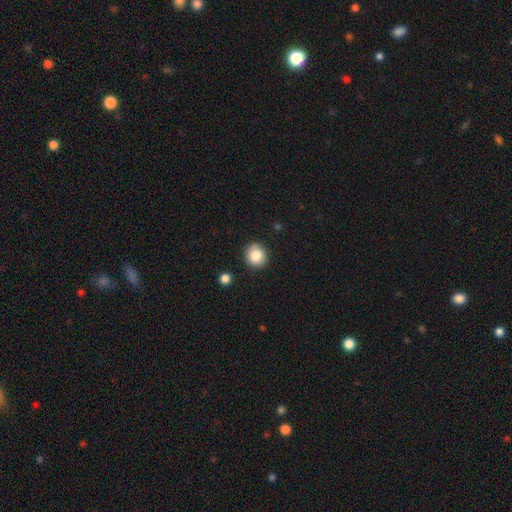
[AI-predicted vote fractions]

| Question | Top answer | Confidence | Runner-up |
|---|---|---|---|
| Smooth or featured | smooth | 85% | star or artifact (9%) |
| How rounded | round | 84% | in between (15%) |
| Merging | none | 86% | minor disturbance (9%) |